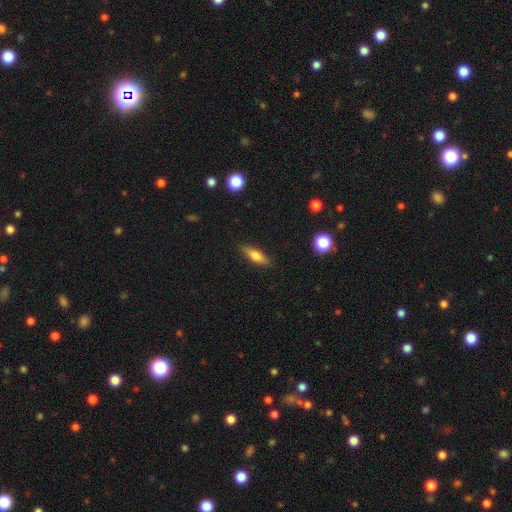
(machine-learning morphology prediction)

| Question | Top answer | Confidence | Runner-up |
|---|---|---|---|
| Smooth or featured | smooth | 63% | featured or disk (29%) |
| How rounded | cigar-shaped | 54% | in between (43%) |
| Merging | none | 87% | minor disturbance (10%) |